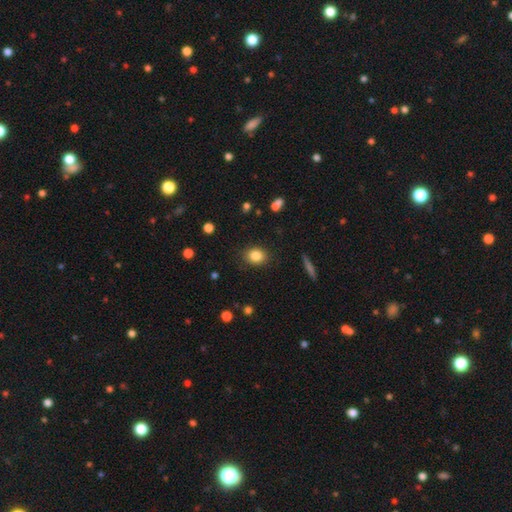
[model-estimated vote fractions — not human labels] smooth 84%, star or artifact 10%, featured or disk 6%. Down the decision tree: how rounded — round (56%); merging — none (88%).